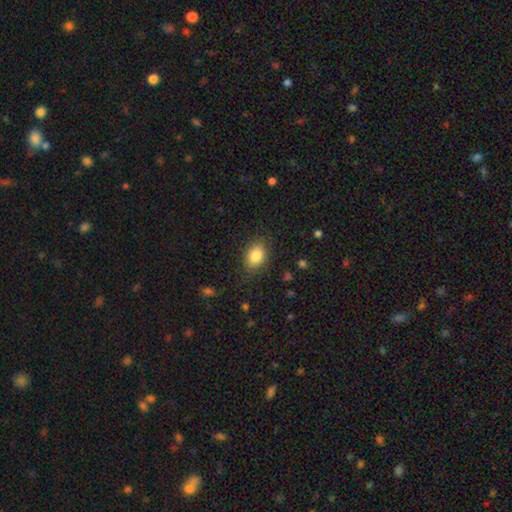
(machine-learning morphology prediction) smooth 83%, featured or disk 8%, star or artifact 8%. Down the decision tree: how rounded — in between (78%); merging — none (82%).